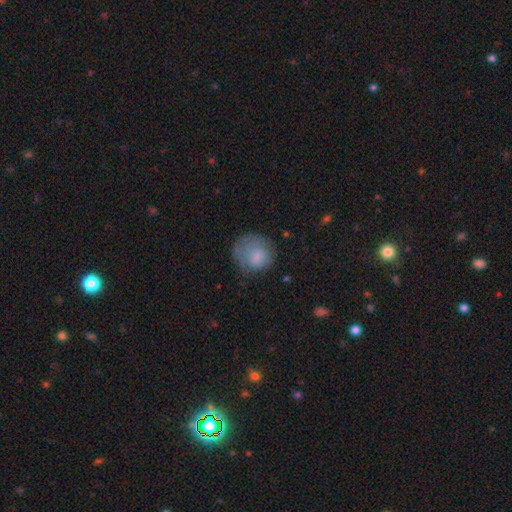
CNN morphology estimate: A smooth galaxy with no disk features (74%) that is round (73%). Merging: none (47%).